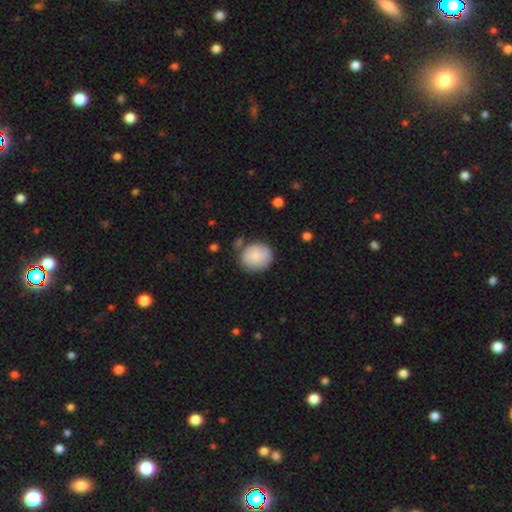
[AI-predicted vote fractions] smooth 82%, featured or disk 12%, star or artifact 6%. Down the decision tree: how rounded — round (76%); merging — none (70%).